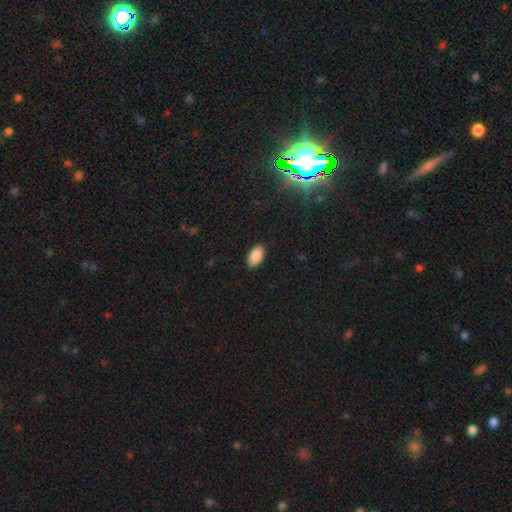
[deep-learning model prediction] smooth 89%, star or artifact 8%, featured or disk 4%. Down the decision tree: how rounded — in between (95%); merging — none (88%).